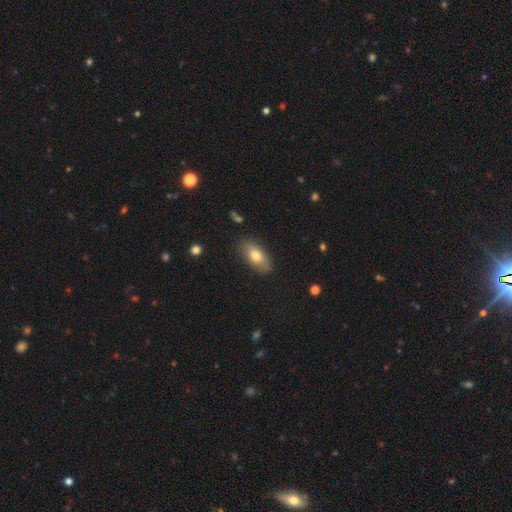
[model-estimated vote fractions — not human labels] Overall: smooth (75%). How rounded: in between (87%). Merging: none (82%).